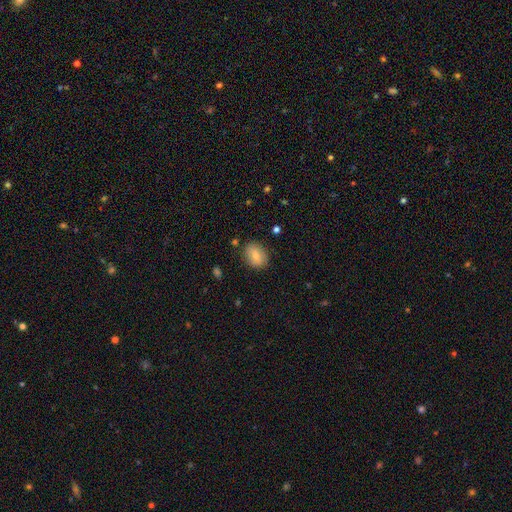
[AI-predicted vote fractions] A smooth galaxy with no disk features (72%) that is in between round and cigar-shaped (60%). Merging: none (84%).